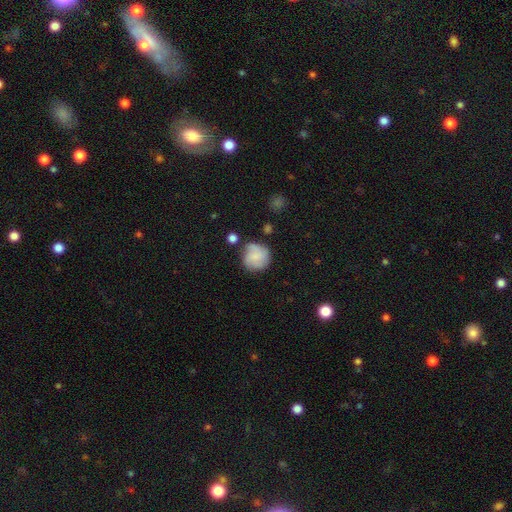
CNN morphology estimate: smooth 65%, featured or disk 28%, star or artifact 8%. Down the decision tree: how rounded — round (89%); merging — none (64%).